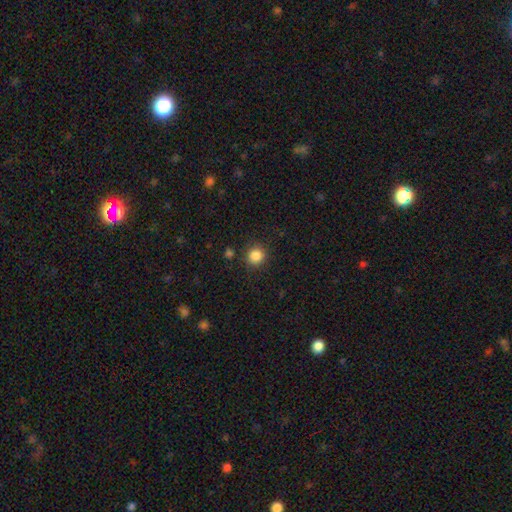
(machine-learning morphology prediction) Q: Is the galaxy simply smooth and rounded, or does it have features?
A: smooth — 85%.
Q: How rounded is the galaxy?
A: round — 92%.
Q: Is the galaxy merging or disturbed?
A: none — 89%.